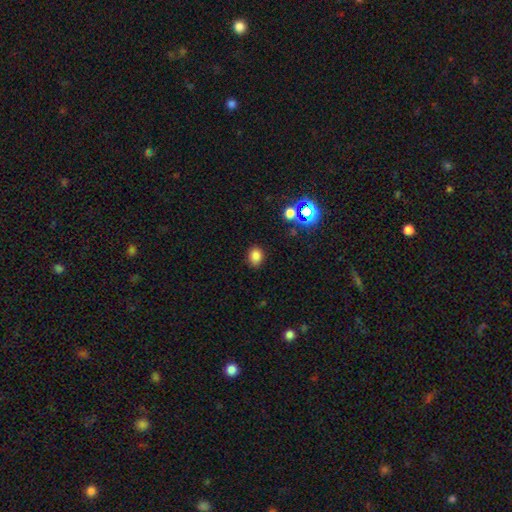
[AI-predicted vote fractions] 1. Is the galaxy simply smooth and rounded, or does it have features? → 80% smooth, 16% star or artifact, 5% featured or disk.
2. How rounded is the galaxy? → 54% in between, 45% round, 1% cigar-shaped.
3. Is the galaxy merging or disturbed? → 85% none, 10% minor disturbance, 3% major disturbance, 2% merger.